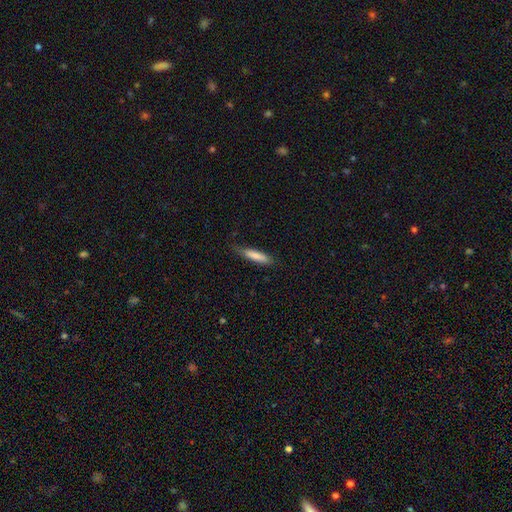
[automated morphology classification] A smooth galaxy with no disk features (80%) that is cigar-shaped (84%).

Vote fractions:
- Smooth or featured? smooth: 80% / featured or disk: 14% / star or artifact: 6%
- How rounded? cigar-shaped: 84% / in between: 15% / round: 1%
- Merging? none: 76% / minor disturbance: 19% / major disturbance: 3% / merger: 1%